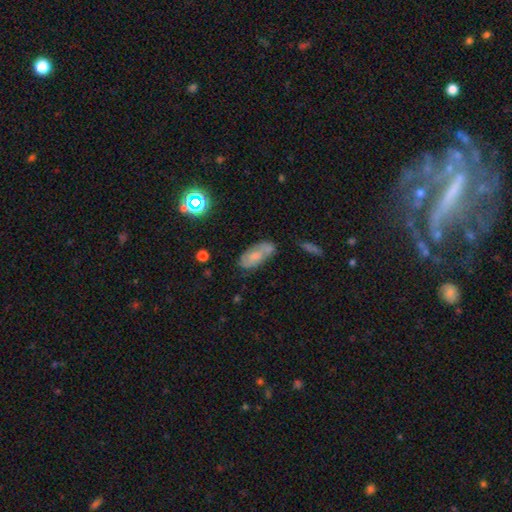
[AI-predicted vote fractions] smooth_or_featured: smooth (p=0.49) [alt: featured or disk p=0.38]
merging: none (p=0.48) [alt: minor disturbance p=0.24]